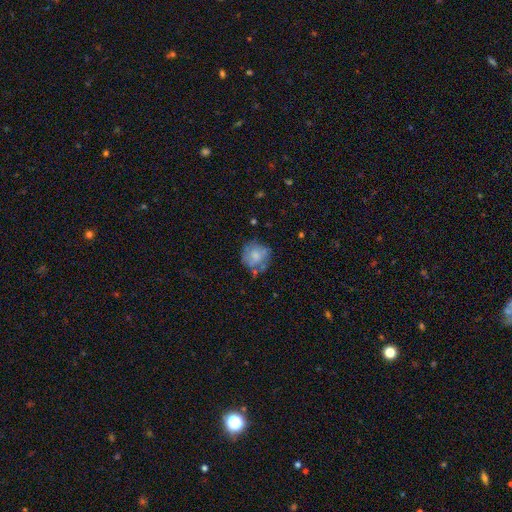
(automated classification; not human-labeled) Smooth or featured: smooth — 55% (featured or disk — 36%)
How rounded: round — 83% (in between — 16%)
Merging: none — 58% (minor disturbance — 26%)